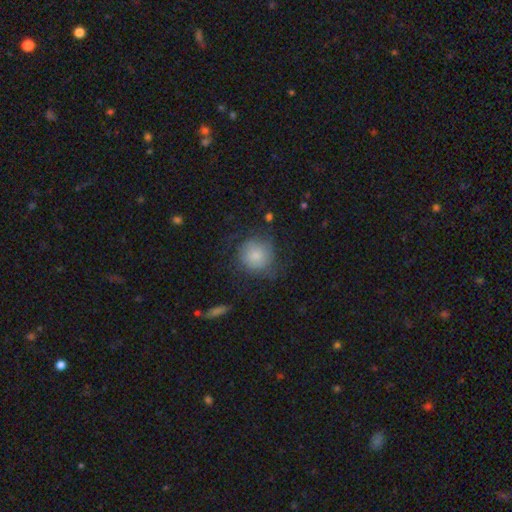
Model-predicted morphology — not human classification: smooth 74%, featured or disk 18%, star or artifact 8%. Down the decision tree: how rounded — round (91%); merging — none (60%).